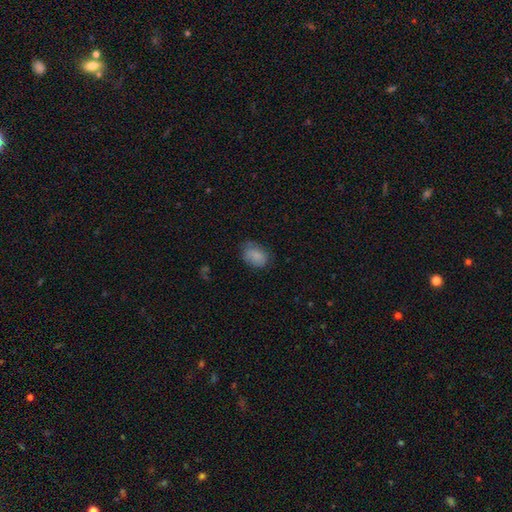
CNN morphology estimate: Smooth or featured?
  - smooth: 79% *
  - featured or disk: 12%
  - star or artifact: 9%
How rounded?
  - in between: 73% *
  - round: 26%
  - cigar-shaped: 1%
Merging?
  - none: 58% *
  - minor disturbance: 29%
  - major disturbance: 11%
  - merger: 2%